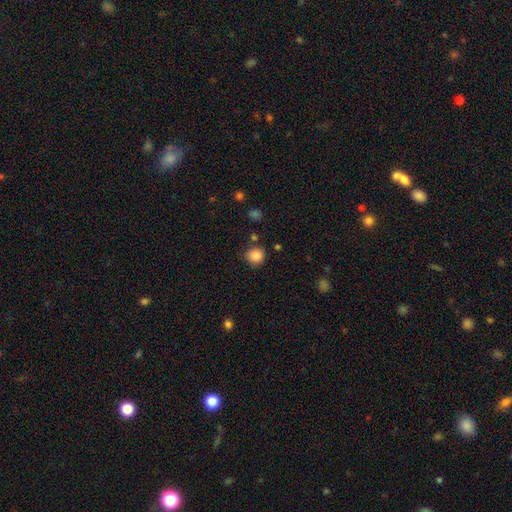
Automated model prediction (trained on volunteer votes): Morphology: type=smooth (86%); roundness=round (88%); merging=none (82%).